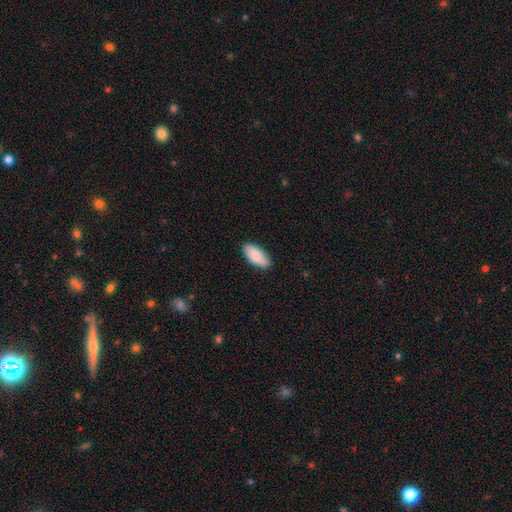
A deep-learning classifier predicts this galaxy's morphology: smooth-or-featured: smooth: 84% | featured or disk: 10% | star or artifact: 6%
  how-rounded: in between: 89% | cigar-shaped: 9% | round: 2%
  merging: none: 87% | minor disturbance: 11% | major disturbance: 2% | merger: 1%